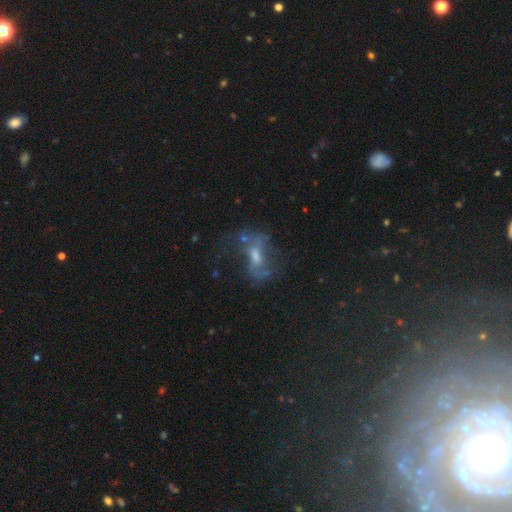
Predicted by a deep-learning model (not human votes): The model was most divided on "bar": weak: 42%, no: 41%, strong: 16%. Remaining: edge-on disk — no (93%); spiral arms — yes (68%); smooth or featured — featured or disk (67%); bulge size — moderate (49%); merging — none (47%).